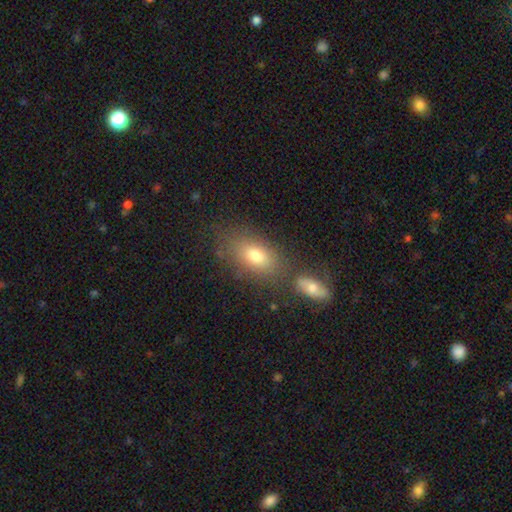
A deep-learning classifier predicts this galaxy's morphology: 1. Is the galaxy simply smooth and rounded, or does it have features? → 74% smooth, 16% featured or disk, 10% star or artifact.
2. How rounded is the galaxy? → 87% in between, 9% round, 4% cigar-shaped.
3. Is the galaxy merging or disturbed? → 66% none, 17% merger, 13% minor disturbance, 5% major disturbance.